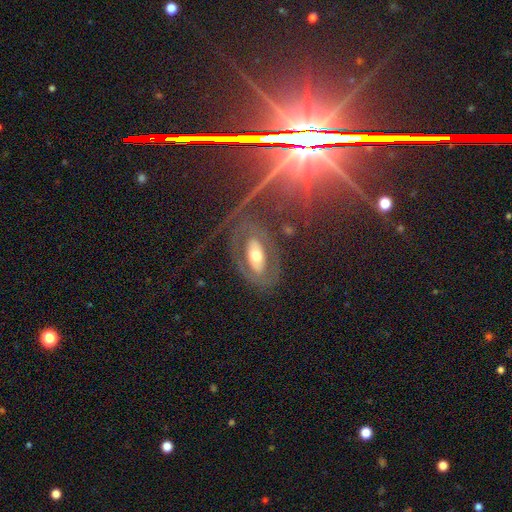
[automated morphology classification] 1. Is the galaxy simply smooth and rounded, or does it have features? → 63% featured or disk, 27% smooth, 10% star or artifact.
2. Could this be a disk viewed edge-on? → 89% no, 11% yes.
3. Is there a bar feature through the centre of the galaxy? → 54% no, 24% strong, 23% weak.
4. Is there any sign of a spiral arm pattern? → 57% no, 43% yes.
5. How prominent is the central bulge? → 67% moderate, 15% small, 14% large, 2% dominant, 1% none.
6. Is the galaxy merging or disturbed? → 67% none, 15% minor disturbance, 15% major disturbance, 3% merger.